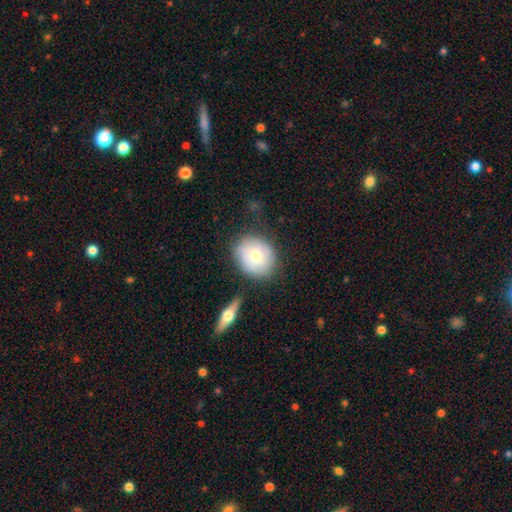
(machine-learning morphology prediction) A smooth galaxy with no disk features (60%) that is round (68%).

Vote fractions:
- Smooth or featured? smooth: 60% / featured or disk: 33% / star or artifact: 7%
- How rounded? round: 68% / in between: 31% / cigar-shaped: 1%
- Merging? none: 72% / minor disturbance: 17% / merger: 6% / major disturbance: 5%